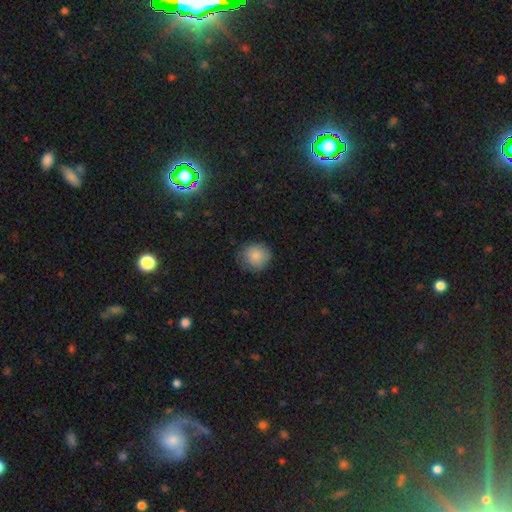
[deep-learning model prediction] smooth 86%, star or artifact 8%, featured or disk 6%. Down the decision tree: how rounded — round (87%); merging — none (76%).